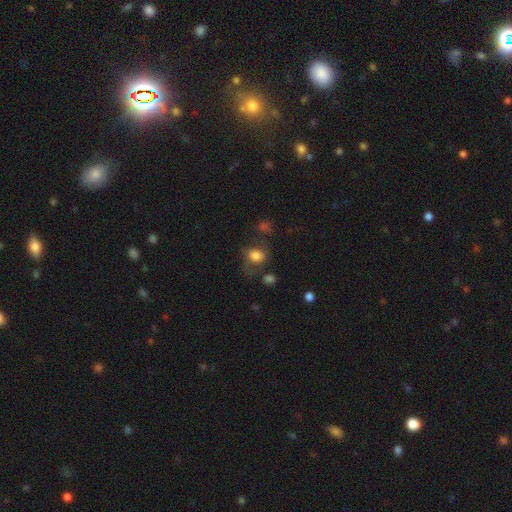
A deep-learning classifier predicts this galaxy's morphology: Overall: smooth (71%). How rounded: round (57%; in between 42%). Merging: none (50%; minor disturbance 23%).